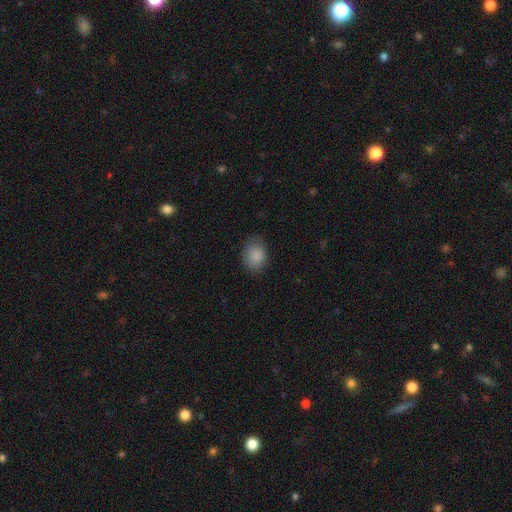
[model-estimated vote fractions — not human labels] Smooth or featured? Predicted: smooth (p=0.87). How rounded? Predicted: in between (p=0.55). Merging? Predicted: none (p=0.76).